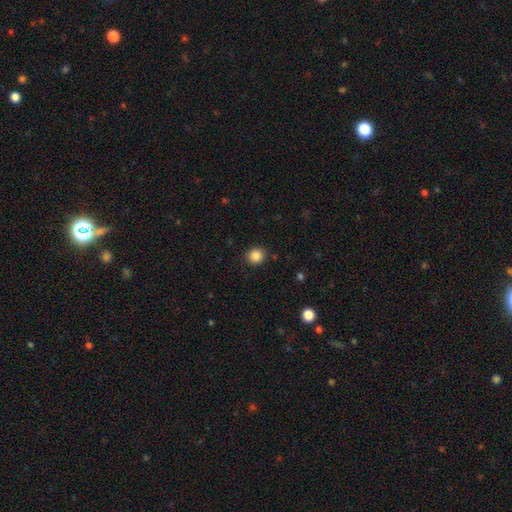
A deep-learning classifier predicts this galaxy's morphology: A smooth galaxy with no disk features (86%) that is round (86%). Merging: none (89%).